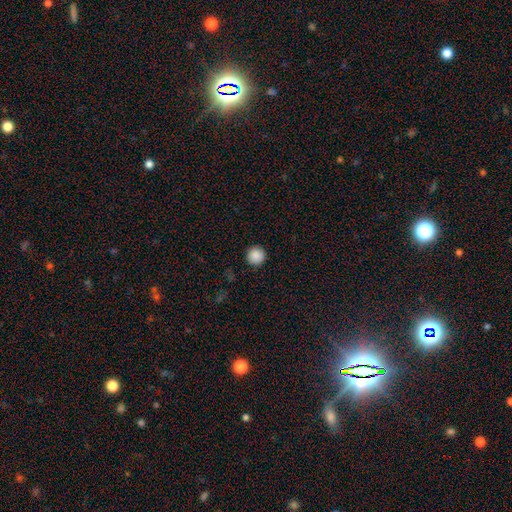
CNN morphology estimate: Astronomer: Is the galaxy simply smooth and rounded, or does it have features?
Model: smooth — 88%.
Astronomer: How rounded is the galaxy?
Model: round — 96%.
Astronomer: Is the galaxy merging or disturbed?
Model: none — 93%.